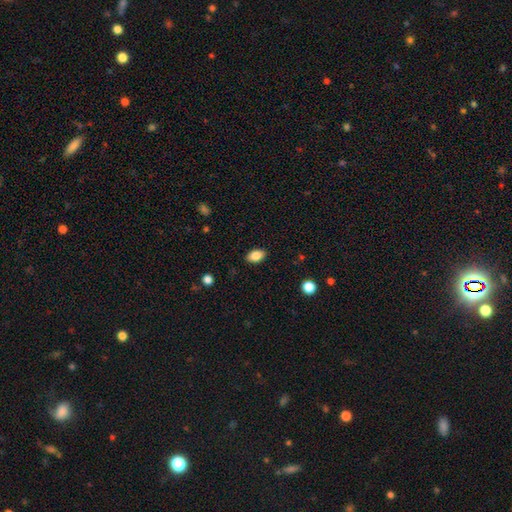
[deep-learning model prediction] Overall: smooth (86%). How rounded: in between (89%). Merging: none (87%).